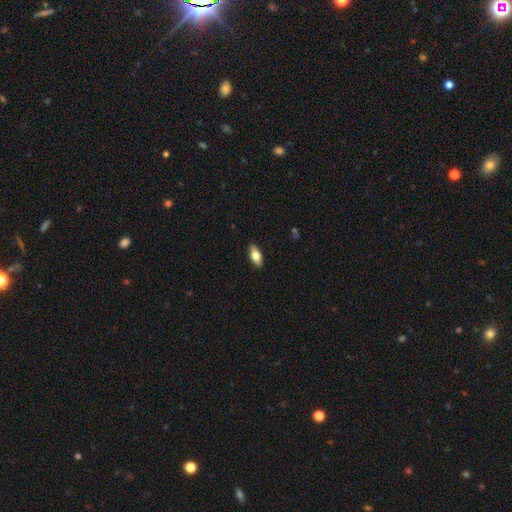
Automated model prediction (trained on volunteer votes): This appears to be a smooth galaxy with no disk features (70%) that is in between round and cigar-shaped (84%). Merging: none (89%).